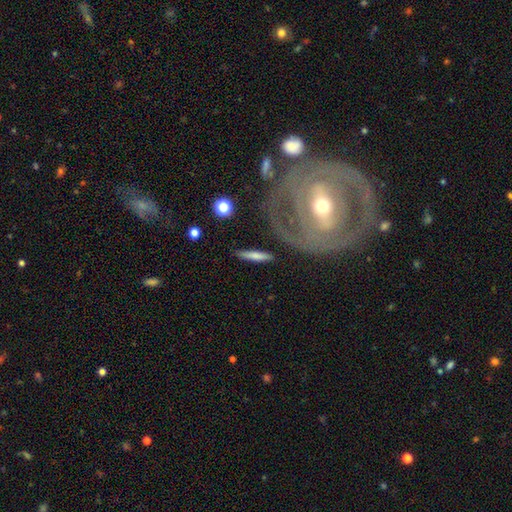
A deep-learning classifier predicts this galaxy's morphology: smooth_or_featured: smooth (p=0.66) [alt: featured or disk p=0.29]
how_rounded: cigar-shaped (p=0.88) [alt: in between p=0.10]
merging: none (p=0.85) [alt: minor disturbance p=0.09]